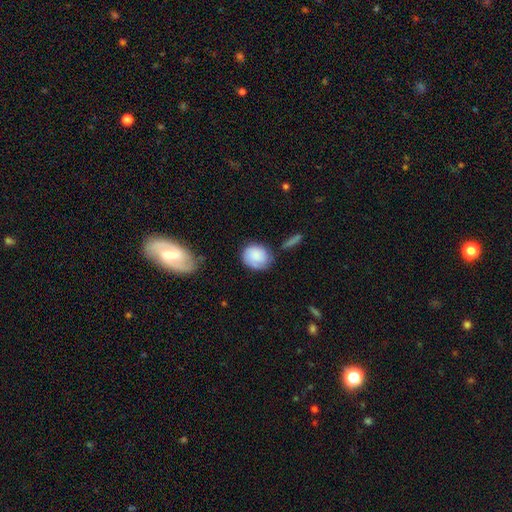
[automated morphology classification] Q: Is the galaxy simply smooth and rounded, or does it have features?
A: smooth — 73%.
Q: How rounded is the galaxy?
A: round — 66%.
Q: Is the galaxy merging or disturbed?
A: none — 62%.